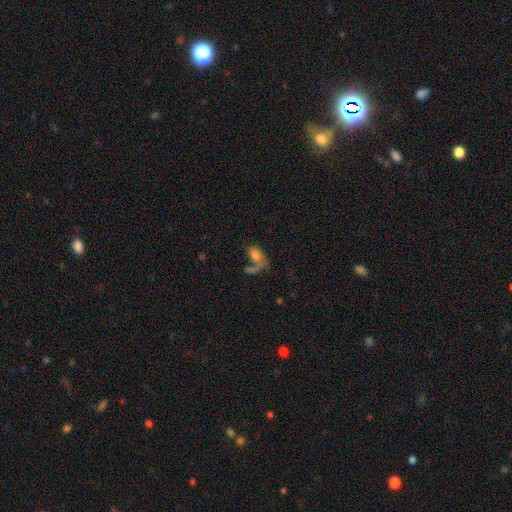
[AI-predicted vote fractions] A smooth galaxy with no disk features (51%) that is in between round and cigar-shaped (80%).

Vote fractions:
- Smooth or featured? smooth: 51% / featured or disk: 34% / star or artifact: 14%
- How rounded? in between: 80% / round: 15% / cigar-shaped: 5%
- Merging? merger: 30% / none: 29% / major disturbance: 29% / minor disturbance: 12%